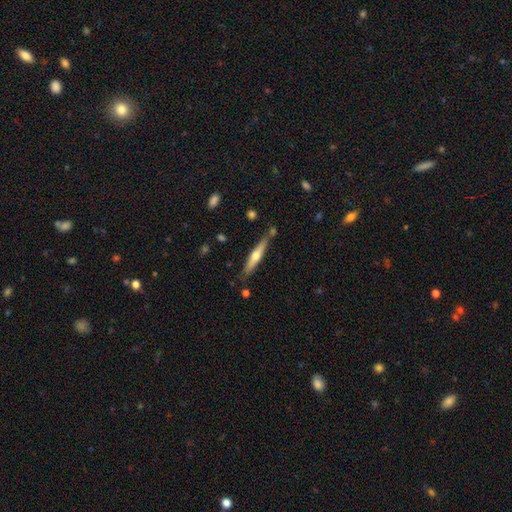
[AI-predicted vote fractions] featured or disk 53%, smooth 41%, star or artifact 6%. Down the decision tree: edge-on disk — yes (95%); edge-on bulge — rounded (86%); merging — none (79%).